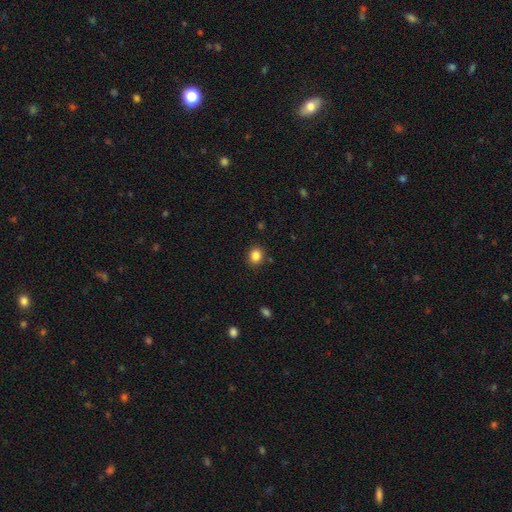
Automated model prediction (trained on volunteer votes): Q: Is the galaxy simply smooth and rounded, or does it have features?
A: smooth — 85%.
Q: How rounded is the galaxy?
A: round — 71%.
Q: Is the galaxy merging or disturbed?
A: none — 88%.